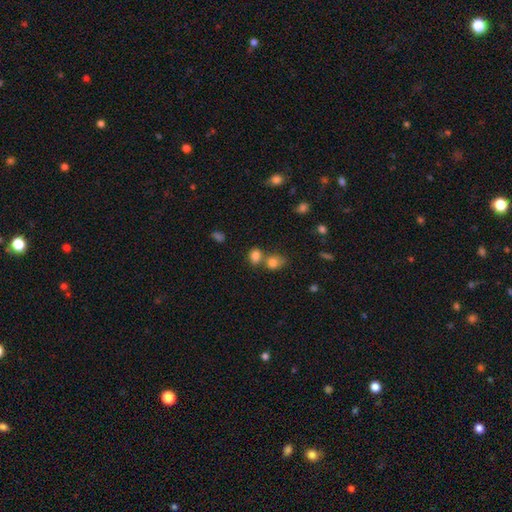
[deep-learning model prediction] Morphology: type=smooth (81%); roundness=in between (55%); merging=none (46%).